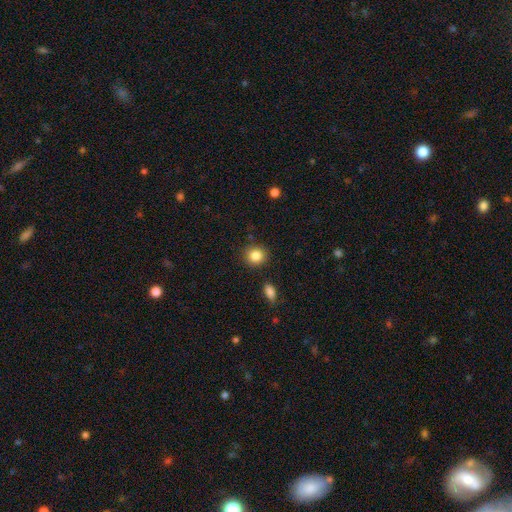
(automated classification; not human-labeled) Smooth or featured: smooth — 85% (star or artifact — 9%)
How rounded: round — 85% (in between — 14%)
Merging: none — 87% (minor disturbance — 7%)